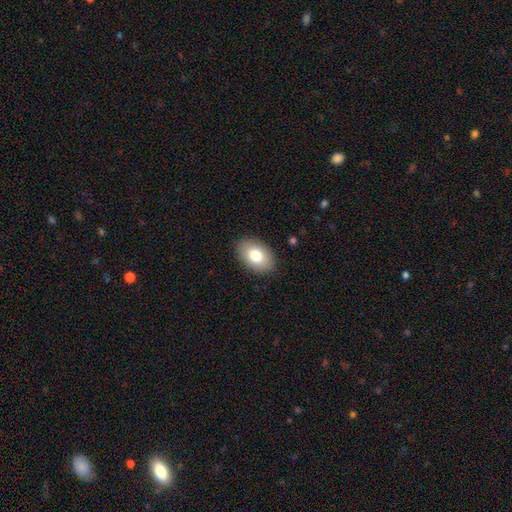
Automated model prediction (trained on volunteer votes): smooth 80%, featured or disk 13%, star or artifact 7%. Down the decision tree: how rounded — in between (89%); merging — none (88%).